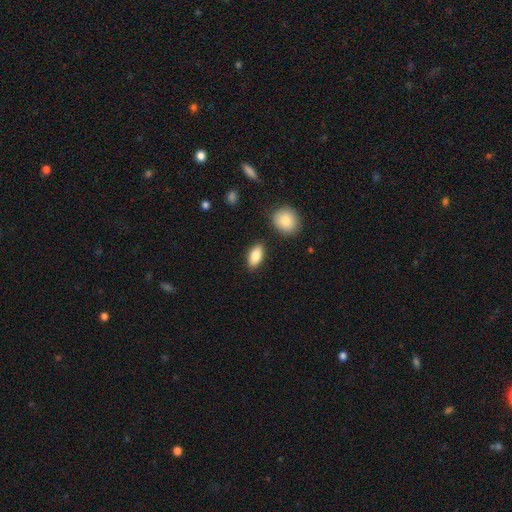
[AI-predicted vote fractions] A smooth galaxy with no disk features (84%) that is in between round and cigar-shaped (88%). Merging: none (86%).